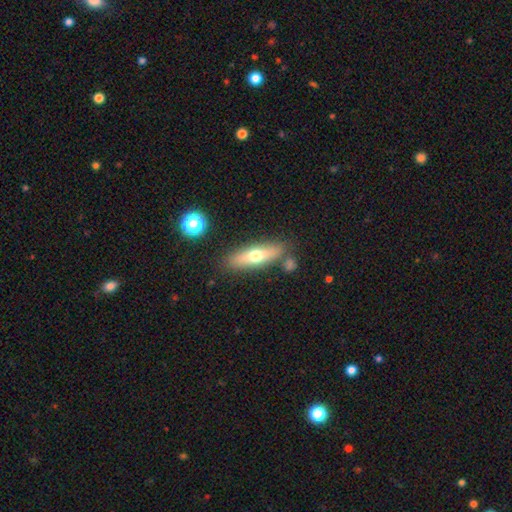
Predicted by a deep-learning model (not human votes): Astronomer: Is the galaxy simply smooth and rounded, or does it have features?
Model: smooth — 54% (runner-up: featured or disk, 38%).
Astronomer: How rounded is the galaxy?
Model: cigar-shaped — 59% (runner-up: in between, 38%).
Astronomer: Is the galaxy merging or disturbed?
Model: none — 80%.